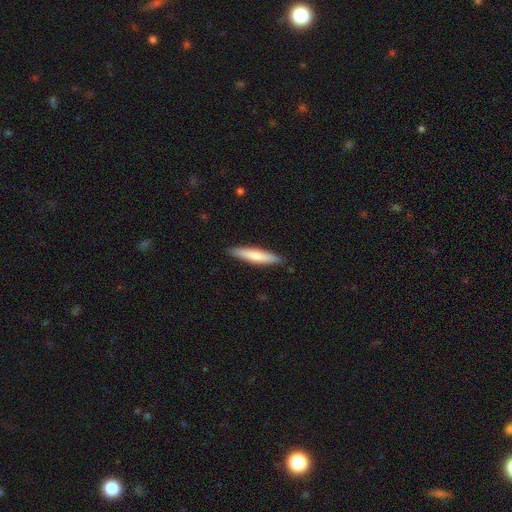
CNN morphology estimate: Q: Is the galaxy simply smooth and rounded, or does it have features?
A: smooth — 69%.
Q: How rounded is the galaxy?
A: cigar-shaped — 87%.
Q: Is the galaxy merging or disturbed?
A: none — 89%.